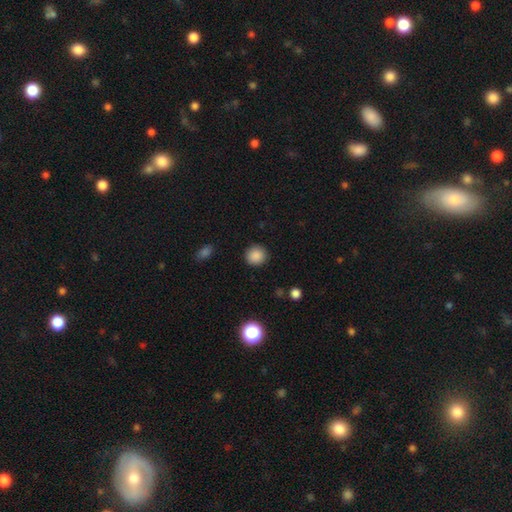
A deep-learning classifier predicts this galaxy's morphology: Smooth or featured? smooth (88%)
How rounded? round (91%)
Merging? none (91%)